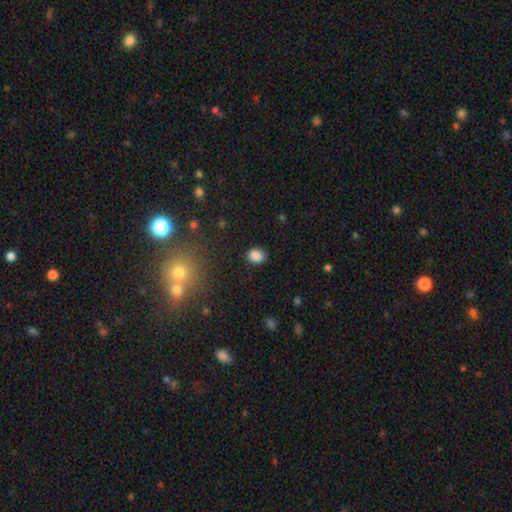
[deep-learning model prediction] Smooth or featured?
  - smooth: 86% *
  - star or artifact: 10%
  - featured or disk: 4%
How rounded?
  - in between: 60% *
  - round: 39%
  - cigar-shaped: 1%
Merging?
  - none: 85% *
  - minor disturbance: 10%
  - major disturbance: 3%
  - merger: 1%